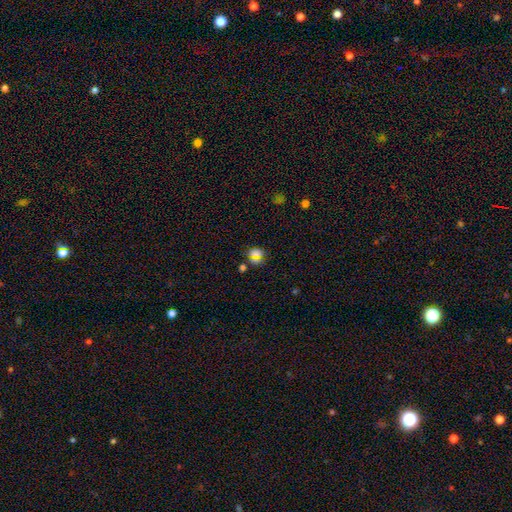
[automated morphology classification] This is likely a smooth galaxy (62%). How rounded: likely round (71%). Merging: likely none (80%).